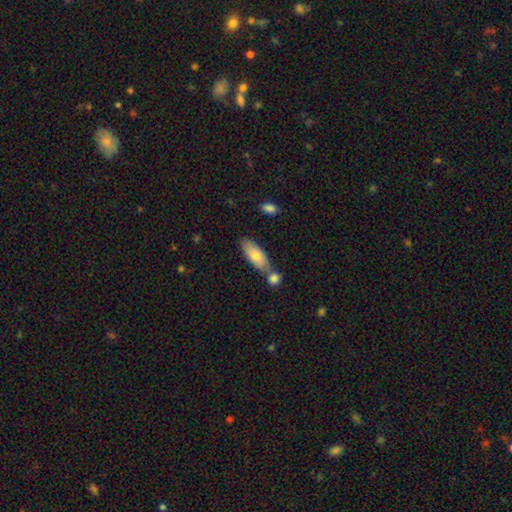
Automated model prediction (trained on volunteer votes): smooth-or-featured: smooth: 75% | featured or disk: 19% | star or artifact: 6%
  how-rounded: in between: 77% | cigar-shaped: 20% | round: 3%
  merging: none: 49% | merger: 33% | minor disturbance: 15% | major disturbance: 4%